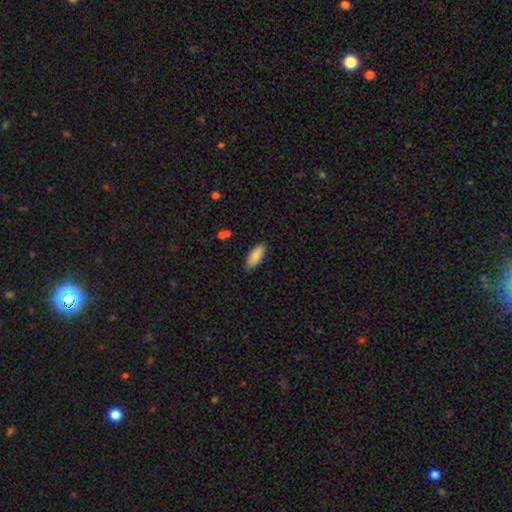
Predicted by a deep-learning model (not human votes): Morphology: type=smooth (87%); roundness=in between (74%); merging=none (84%).